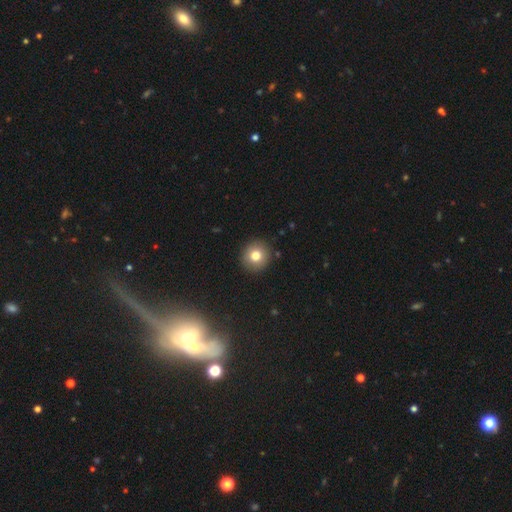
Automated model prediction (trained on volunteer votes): Morphology: type=smooth (78%); roundness=round (93%); merging=none (91%).